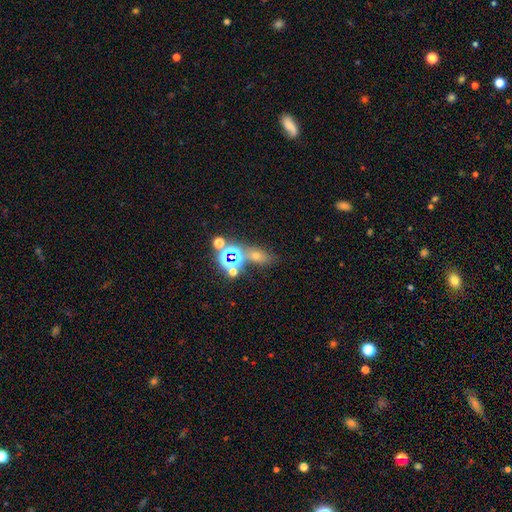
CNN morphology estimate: type=star or artifact (50%).